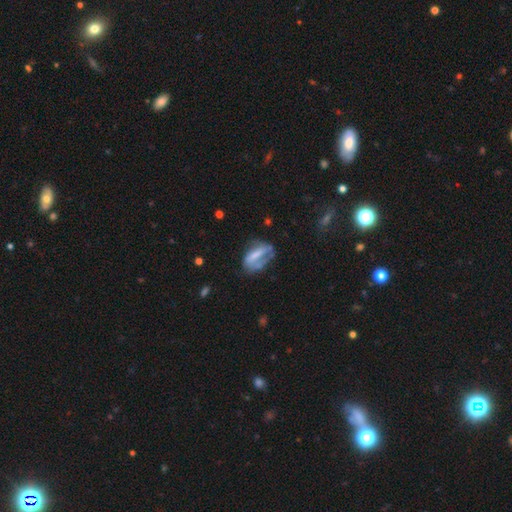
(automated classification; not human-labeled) smooth-or-featured: featured or disk: 46% | smooth: 45% | star or artifact: 9%
  merging: none: 38% | major disturbance: 29% | minor disturbance: 28% | merger: 5%